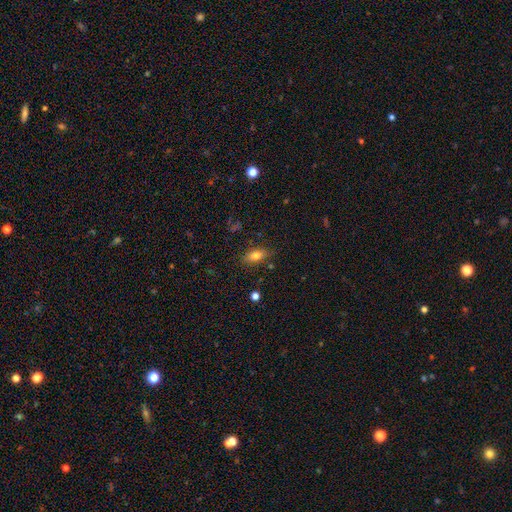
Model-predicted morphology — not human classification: Smooth or featured? smooth (78%)
How rounded? in between (83%)
Merging? none (80%)